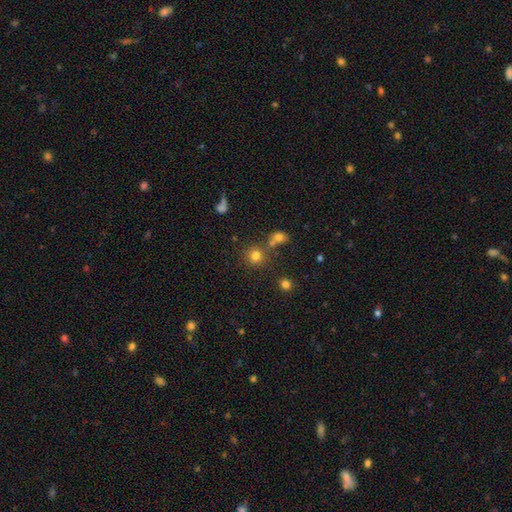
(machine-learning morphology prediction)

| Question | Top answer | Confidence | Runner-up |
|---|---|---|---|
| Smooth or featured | smooth | 77% | star or artifact (16%) |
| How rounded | round | 91% | in between (8%) |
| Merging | none | 71% | merger (16%) |